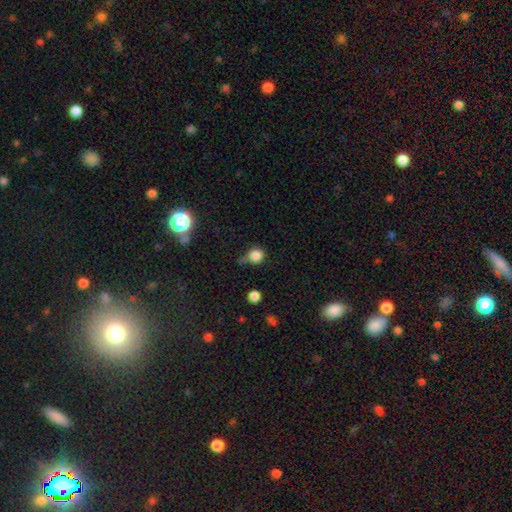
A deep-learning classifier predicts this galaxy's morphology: Overall: smooth (83%). How rounded: round (90%). Merging: none (62%).